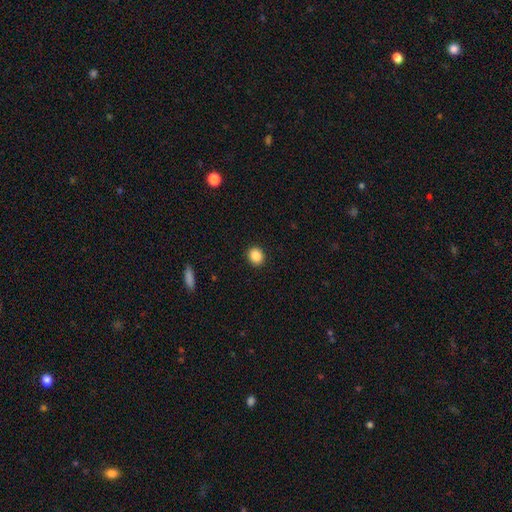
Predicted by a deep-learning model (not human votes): smooth 87%, star or artifact 9%, featured or disk 4%. Down the decision tree: how rounded — round (76%); merging — none (92%).